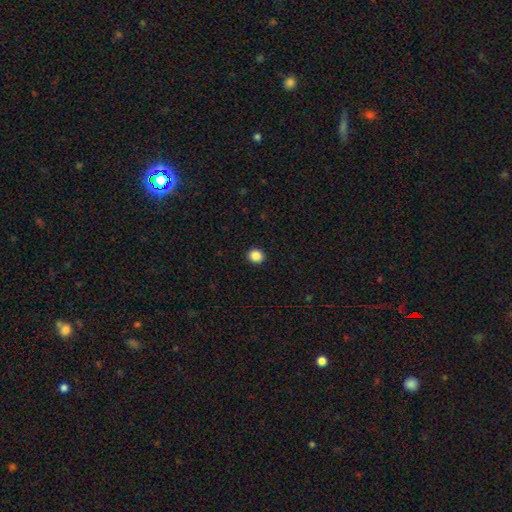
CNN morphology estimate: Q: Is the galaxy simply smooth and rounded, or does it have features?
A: smooth — 87%.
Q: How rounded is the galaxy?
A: round — 84%.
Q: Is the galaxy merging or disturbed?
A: none — 93%.